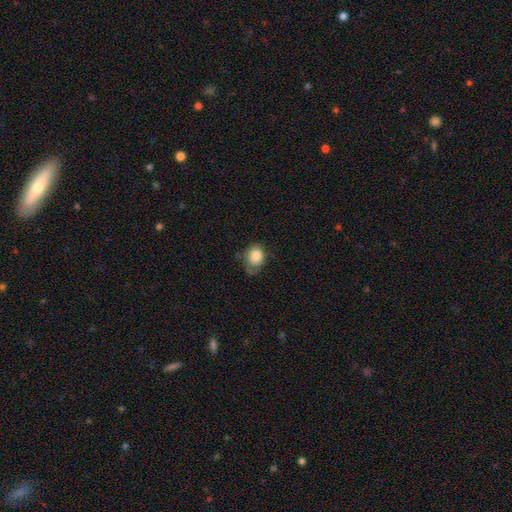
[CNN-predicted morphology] This is likely a smooth galaxy (80%). How rounded: possibly round (52%). Merging: possibly none (46%).